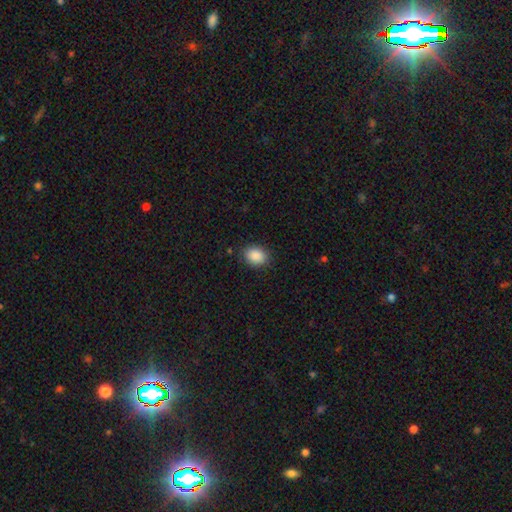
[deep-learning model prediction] This appears to be a smooth galaxy with no disk features (89%) that is in between round and cigar-shaped (65%). Merging: none (86%).